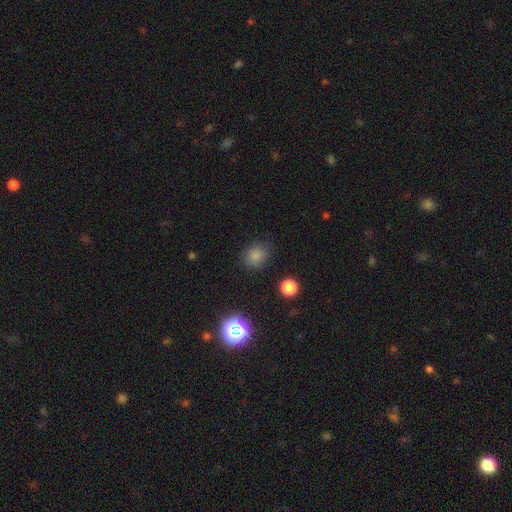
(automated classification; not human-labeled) This is likely a smooth galaxy (80%). How rounded: likely round (74%). Merging: clearly none (83%).